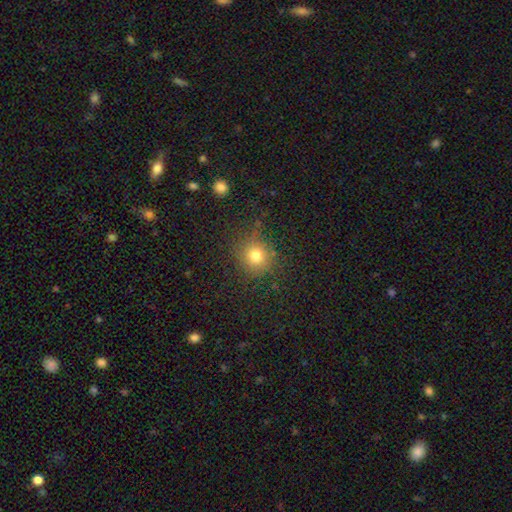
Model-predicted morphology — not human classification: A smooth galaxy with no disk features (77%) that is round (89%). Merging: none (82%).